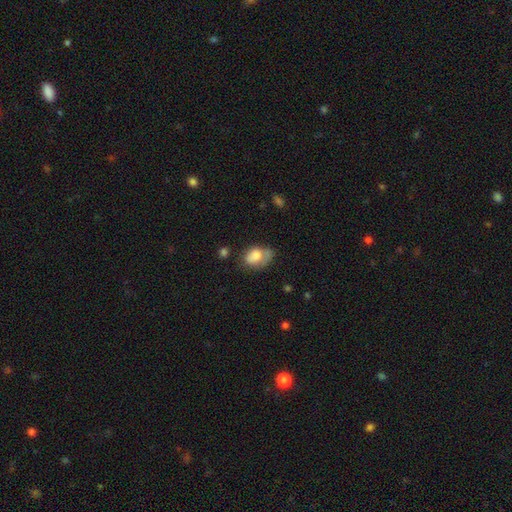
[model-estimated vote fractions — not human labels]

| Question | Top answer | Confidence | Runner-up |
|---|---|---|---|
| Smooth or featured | smooth | 70% | featured or disk (22%) |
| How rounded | in between | 81% | round (17%) |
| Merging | none | 39% | minor disturbance (35%) |